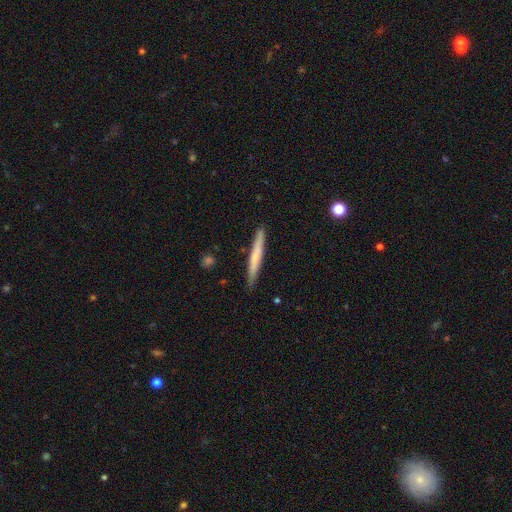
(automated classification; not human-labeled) This appears to be a smooth galaxy with no disk features (58%) that is cigar-shaped (96%). Merging: none (88%).